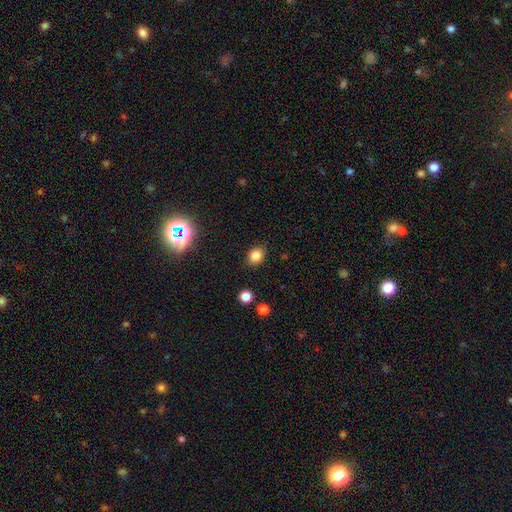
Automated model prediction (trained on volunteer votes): Q: Smooth or featured?
A: smooth (82%); runner-up: star or artifact (13%)
Q: How rounded?
A: round (52%); runner-up: in between (47%)
Q: Merging?
A: none (86%); runner-up: minor disturbance (10%)